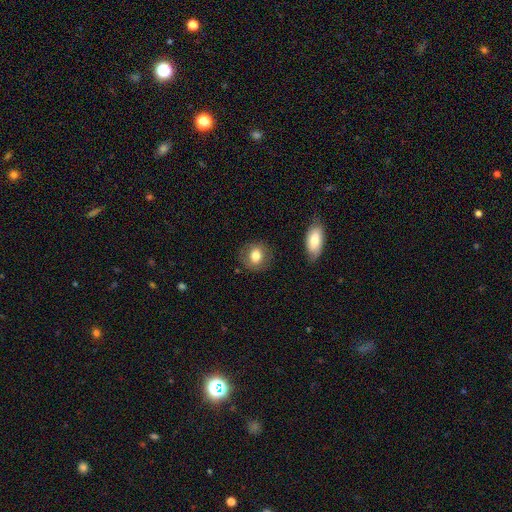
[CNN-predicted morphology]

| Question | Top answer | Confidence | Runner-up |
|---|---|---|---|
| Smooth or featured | smooth | 76% | featured or disk (15%) |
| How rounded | round | 74% | in between (25%) |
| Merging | none | 82% | minor disturbance (12%) |